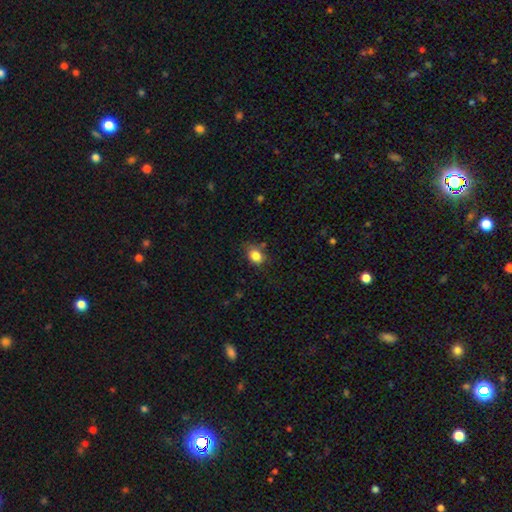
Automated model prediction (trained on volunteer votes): Q: Smooth or featured?
A: smooth (84%); runner-up: star or artifact (10%)
Q: How rounded?
A: in between (58%); runner-up: round (41%)
Q: Merging?
A: none (63%); runner-up: minor disturbance (26%)